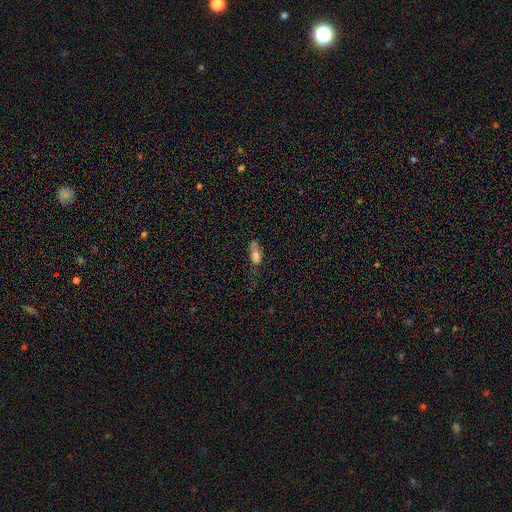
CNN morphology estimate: smooth_or_featured: smooth (p=0.71) [alt: featured or disk p=0.19]
how_rounded: in between (p=0.81) [alt: cigar-shaped p=0.14]
merging: none (p=0.33) [alt: minor disturbance p=0.31]